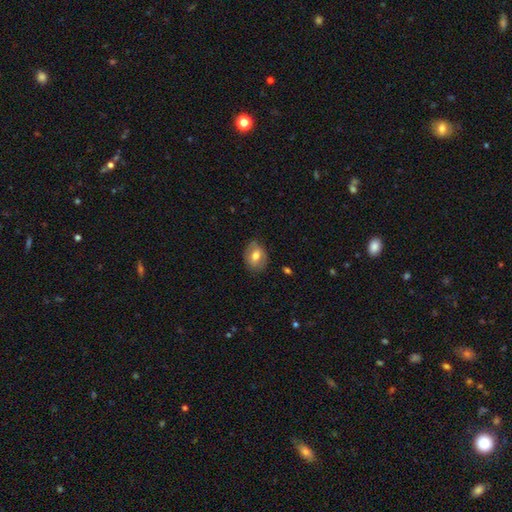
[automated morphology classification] A smooth galaxy with no disk features (63%) that is in between round and cigar-shaped (62%).

Vote fractions:
- Smooth or featured? smooth: 63% / featured or disk: 29% / star or artifact: 8%
- How rounded? in between: 62% / round: 37% / cigar-shaped: 1%
- Merging? none: 77% / minor disturbance: 18% / major disturbance: 4% / merger: 1%